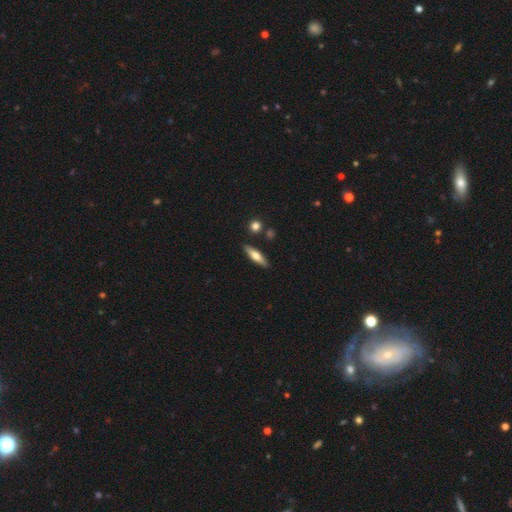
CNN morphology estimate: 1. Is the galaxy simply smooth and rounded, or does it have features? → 53% smooth, 41% featured or disk, 6% star or artifact.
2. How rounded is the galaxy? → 67% cigar-shaped, 30% in between, 3% round.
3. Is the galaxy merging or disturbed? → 85% none, 9% minor disturbance, 4% merger, 2% major disturbance.